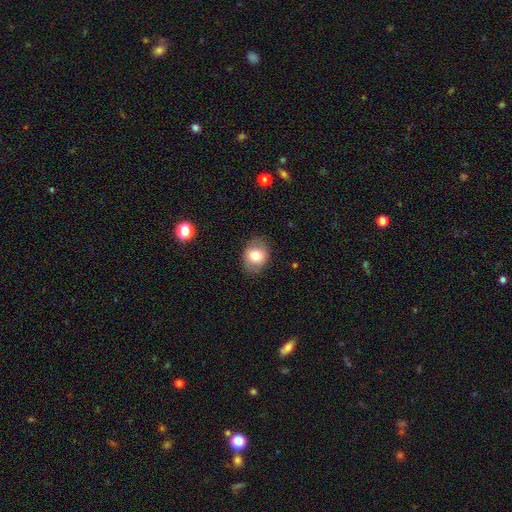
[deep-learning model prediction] The model was most divided on "how rounded": round: 51%, in between: 49%, cigar-shaped: 1%. More confident: merging — none (82%); smooth or featured — smooth (74%).